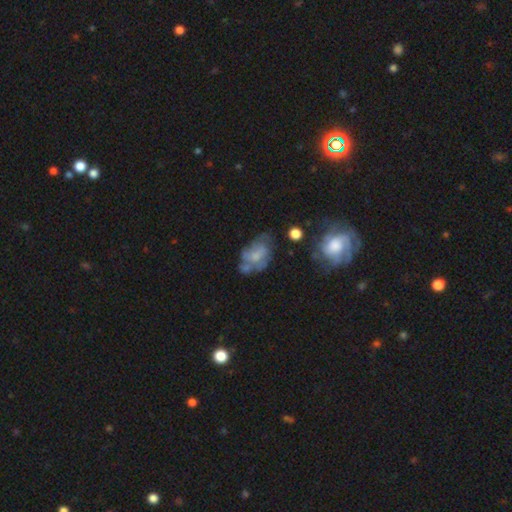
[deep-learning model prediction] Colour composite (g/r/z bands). It shows a featured or disk galaxy (53%) with no bar (74%), no spiral arms (59%) and a small central bulge (35%). Merging: none (37%).